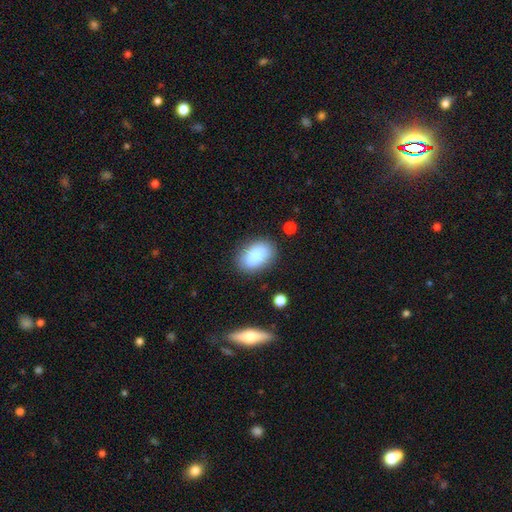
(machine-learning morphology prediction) This is clearly a smooth galaxy (85%). How rounded: clearly in between (89%). Merging: likely none (79%).